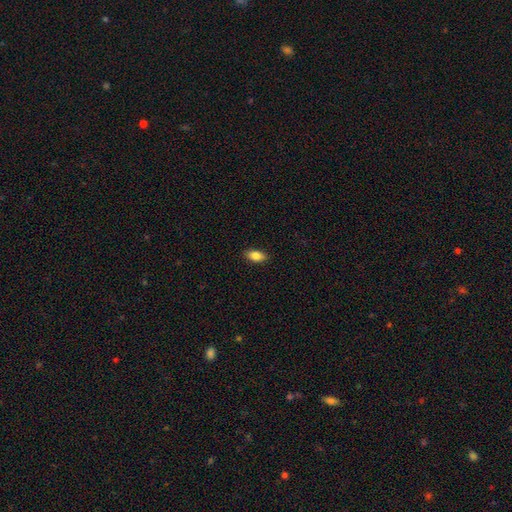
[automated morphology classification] Smooth or featured? Predicted: smooth (p=0.84). How rounded? Predicted: in between (p=0.89). Merging? Predicted: none (p=0.89).